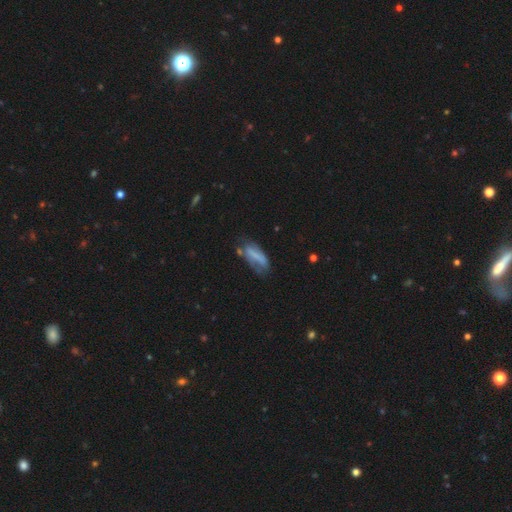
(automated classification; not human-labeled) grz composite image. It shows a smooth galaxy with no disk features (57%) that is in between round and cigar-shaped (63%). Merging: none (42%).